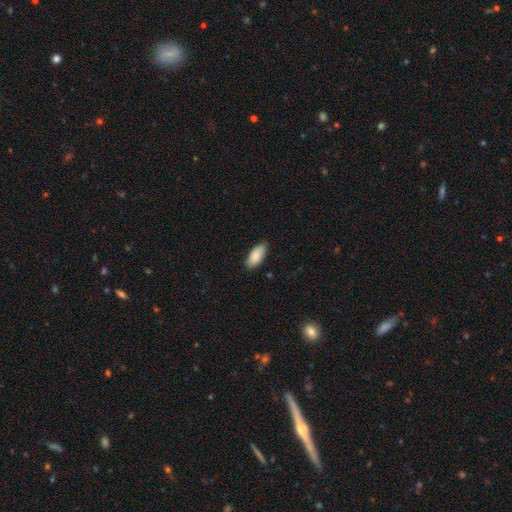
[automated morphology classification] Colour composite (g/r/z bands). It shows a smooth galaxy with no disk features (86%) that is in between round and cigar-shaped (89%). Merging: none (84%).